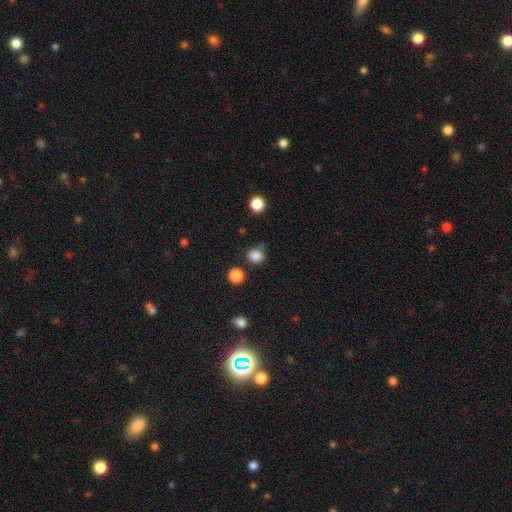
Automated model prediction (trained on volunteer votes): A smooth galaxy with no disk features (84%) that is round (88%). Merging: none (73%).